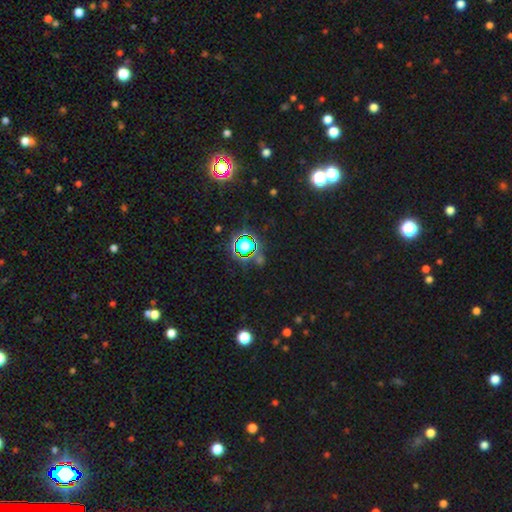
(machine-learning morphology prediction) type=star or artifact (78%).